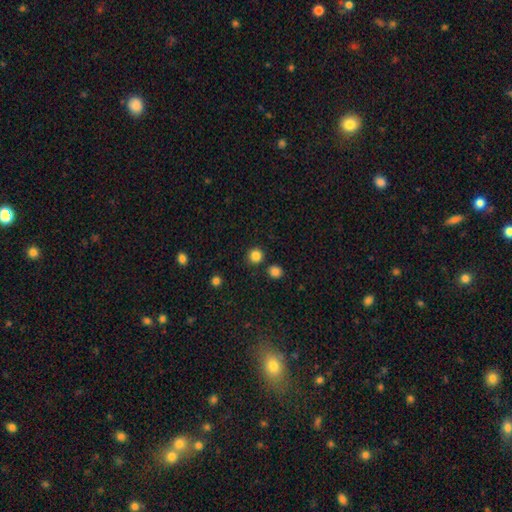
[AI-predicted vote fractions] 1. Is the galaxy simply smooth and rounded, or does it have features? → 85% smooth, 12% star or artifact, 3% featured or disk.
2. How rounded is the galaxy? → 91% round, 8% in between, 1% cigar-shaped.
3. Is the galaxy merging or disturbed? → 85% none, 7% minor disturbance, 6% merger, 2% major disturbance.